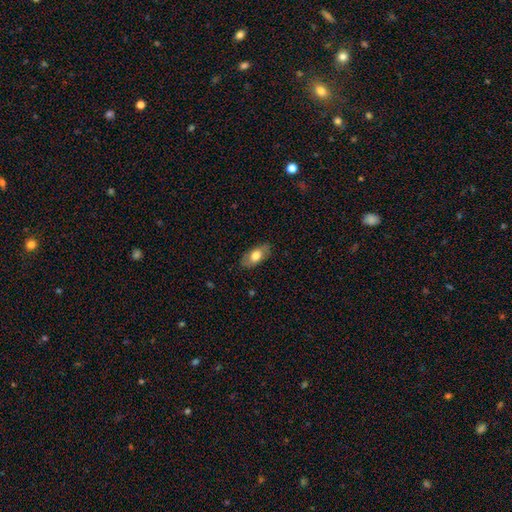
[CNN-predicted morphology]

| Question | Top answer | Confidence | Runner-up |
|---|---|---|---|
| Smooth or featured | smooth | 68% | featured or disk (26%) |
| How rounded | in between | 90% | cigar-shaped (6%) |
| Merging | none | 82% | minor disturbance (14%) |